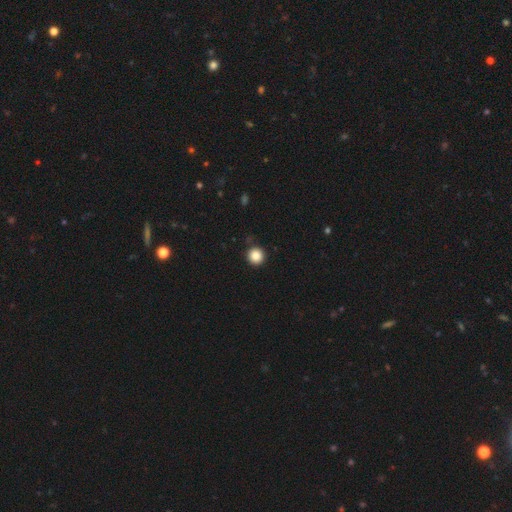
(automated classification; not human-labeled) Q: Smooth or featured?
A: smooth (87%); runner-up: star or artifact (10%)
Q: How rounded?
A: round (95%); runner-up: in between (4%)
Q: Merging?
A: none (90%); runner-up: minor disturbance (7%)